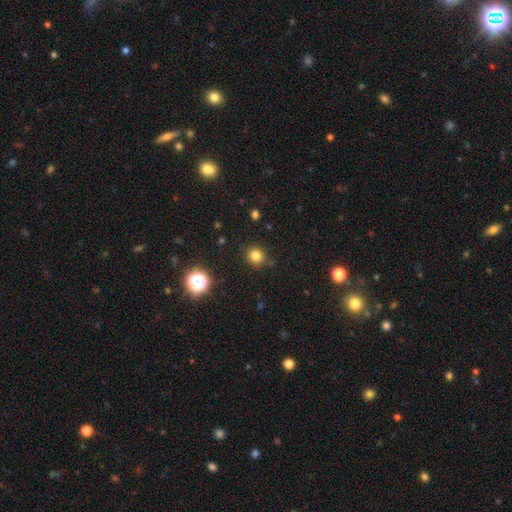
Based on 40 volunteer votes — Morphology: type=smooth (85%); roundness=round (88%); merging=none (78%).